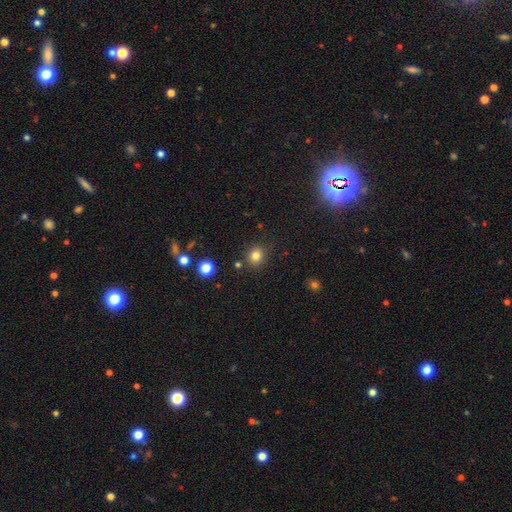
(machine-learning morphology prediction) This appears to be a smooth galaxy with no disk features (80%) that is round (82%). Merging: none (83%).